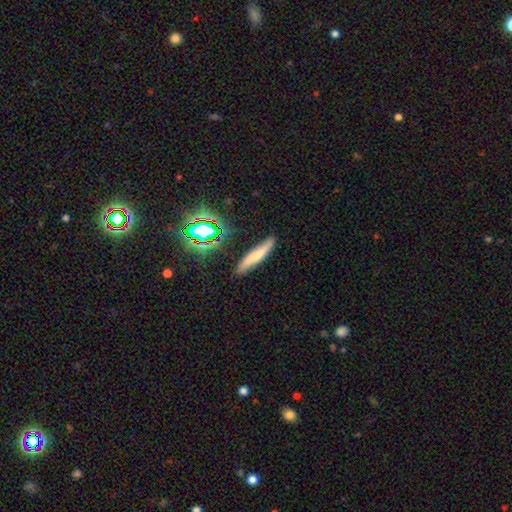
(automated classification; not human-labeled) Smooth or featured: smooth — 62% (featured or disk — 26%)
How rounded: cigar-shaped — 88% (in between — 10%)
Merging: none — 82% (minor disturbance — 13%)